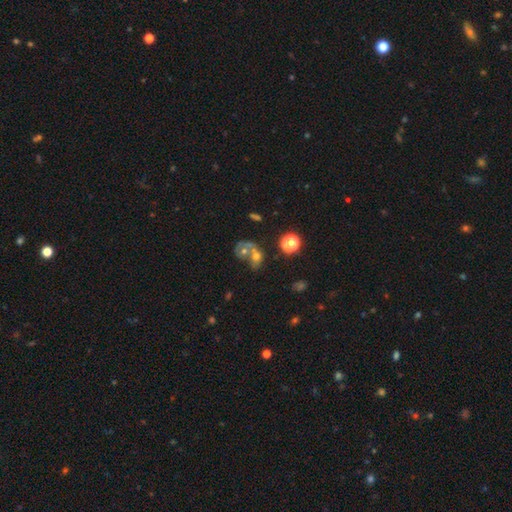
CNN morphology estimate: This appears to be a smooth galaxy with no disk features (44%). Merging: merger (64%).